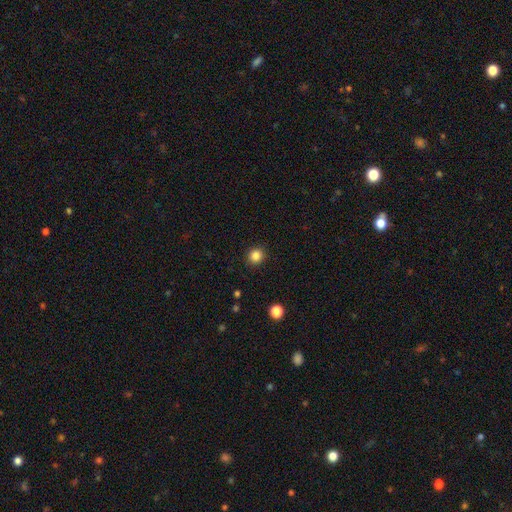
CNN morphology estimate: Smooth or featured: smooth — 84% (star or artifact — 12%)
How rounded: round — 90% (in between — 9%)
Merging: none — 92% (minor disturbance — 5%)